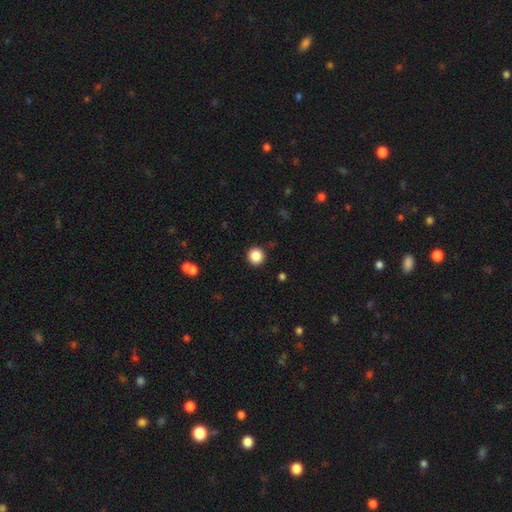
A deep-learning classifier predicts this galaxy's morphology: Smooth or featured: smooth — 86% (star or artifact — 10%)
How rounded: round — 95% (in between — 4%)
Merging: none — 92% (minor disturbance — 5%)